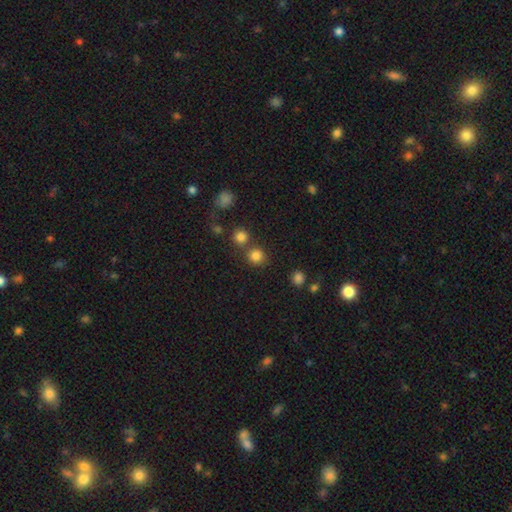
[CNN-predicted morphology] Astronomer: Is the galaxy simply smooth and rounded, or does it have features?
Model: smooth — 81%.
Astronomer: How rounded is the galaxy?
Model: round — 90%.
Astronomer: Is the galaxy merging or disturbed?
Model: none — 69%.